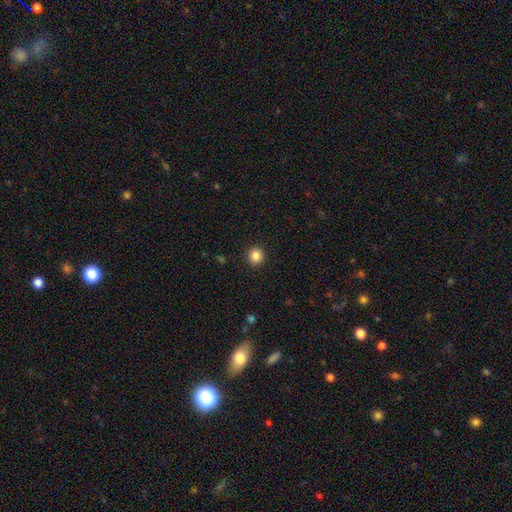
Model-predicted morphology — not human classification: The model was most divided on "smooth or featured": smooth: 85%, star or artifact: 11%, featured or disk: 4%. More confident: how rounded — round (93%); merging — none (93%).